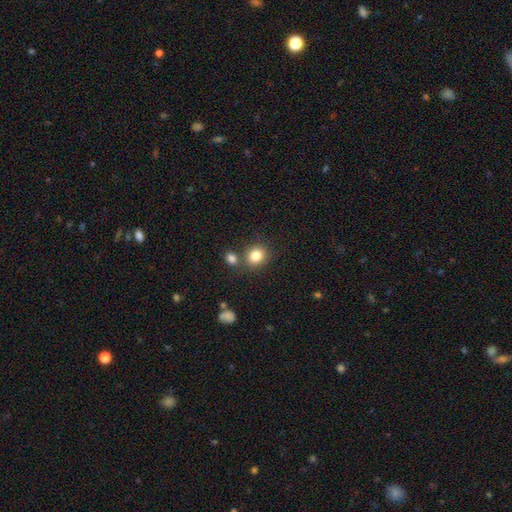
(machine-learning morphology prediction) Smooth or featured: smooth — 83% (star or artifact — 11%)
How rounded: round — 71% (in between — 28%)
Merging: none — 69% (merger — 17%)